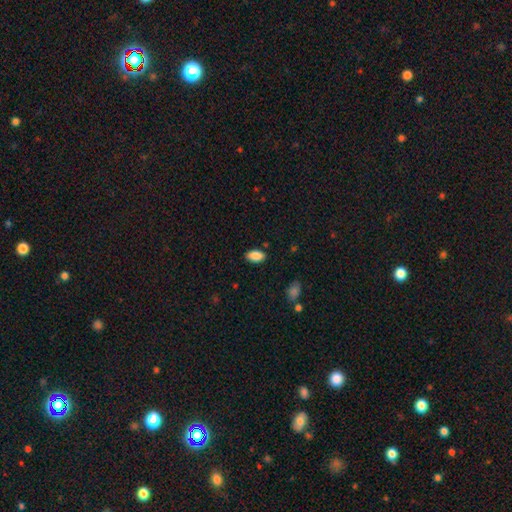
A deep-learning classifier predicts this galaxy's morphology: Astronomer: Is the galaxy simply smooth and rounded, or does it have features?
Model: smooth — 89%.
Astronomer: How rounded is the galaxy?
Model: in between — 93%.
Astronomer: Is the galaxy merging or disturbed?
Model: none — 86%.